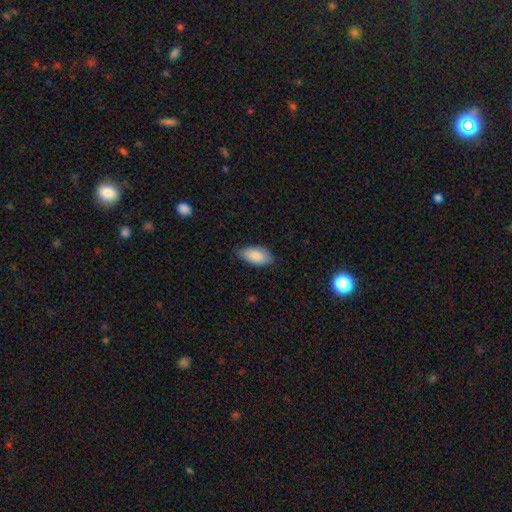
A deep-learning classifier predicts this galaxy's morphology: Smooth or featured? smooth (87%)
How rounded? in between (92%)
Merging? none (79%)